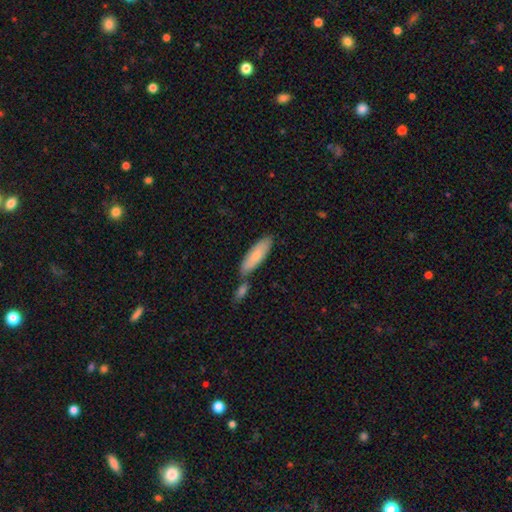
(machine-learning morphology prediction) Smooth or featured: smooth — 76% (featured or disk — 19%)
How rounded: cigar-shaped — 51% (in between — 48%)
Merging: none — 56% (merger — 28%)